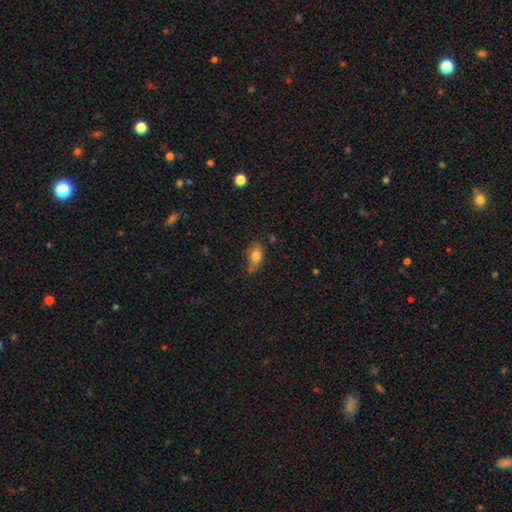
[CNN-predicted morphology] Overall: smooth (77%). How rounded: in between (85%). Merging: none (51%; minor disturbance 35%).